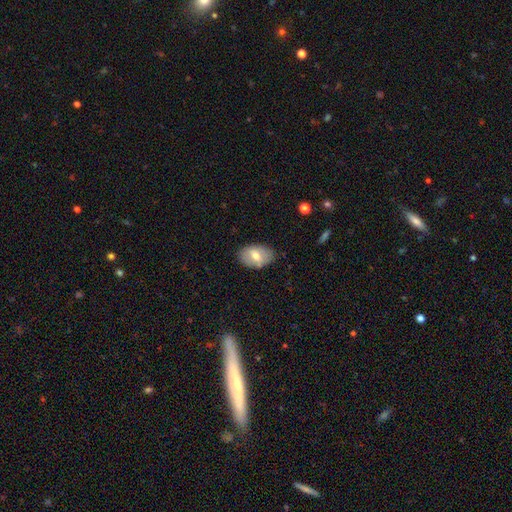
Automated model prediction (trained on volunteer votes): Smooth or featured? smooth (64%)
How rounded? in between (89%)
Merging? none (82%)